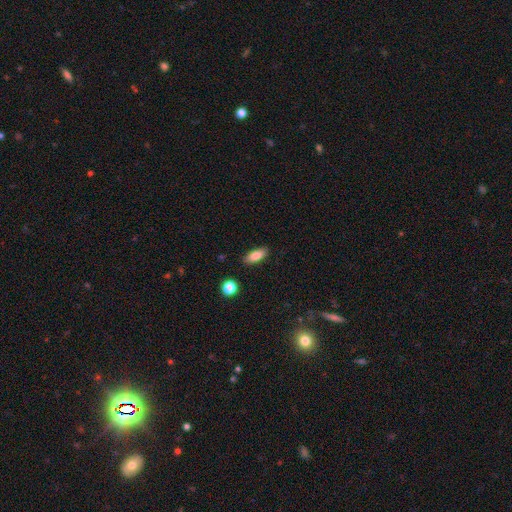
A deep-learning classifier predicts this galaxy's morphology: Smooth or featured? Predicted: smooth (p=0.82). How rounded? Predicted: in between (p=0.77). Merging? Predicted: none (p=0.87).